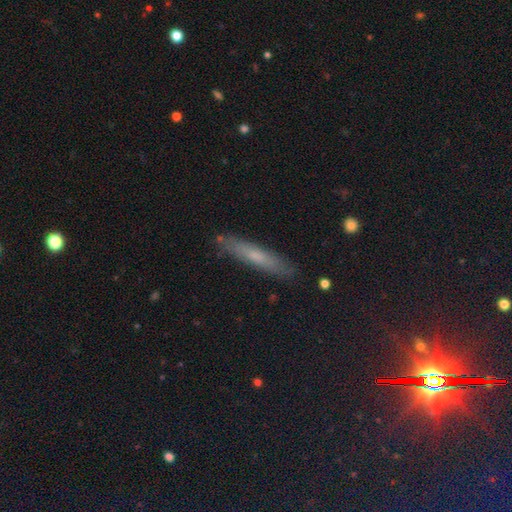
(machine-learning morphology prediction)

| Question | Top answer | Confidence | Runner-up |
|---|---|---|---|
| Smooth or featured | smooth | 54% | featured or disk (37%) |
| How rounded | cigar-shaped | 90% | in between (9%) |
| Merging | none | 86% | minor disturbance (11%) |